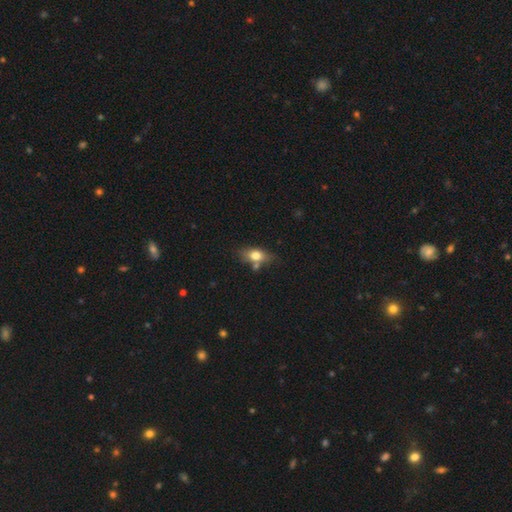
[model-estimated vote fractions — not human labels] A smooth galaxy with no disk features (71%) that is in between round and cigar-shaped (77%). Merging: none (62%).